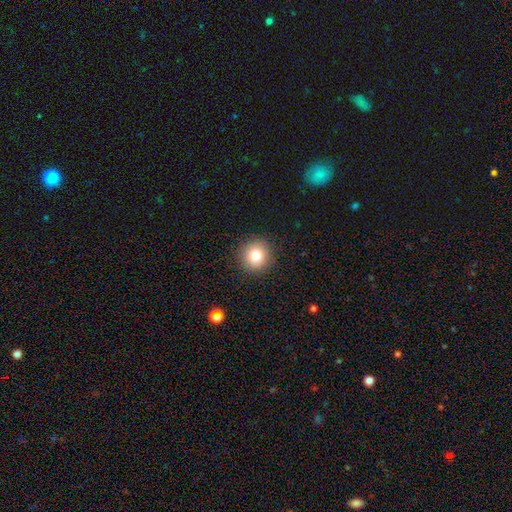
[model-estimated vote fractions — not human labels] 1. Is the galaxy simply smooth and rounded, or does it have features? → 79% smooth, 12% star or artifact, 9% featured or disk.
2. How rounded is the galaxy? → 91% round, 8% in between, 1% cigar-shaped.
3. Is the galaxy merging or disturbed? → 91% none, 6% minor disturbance, 2% major disturbance, 1% merger.